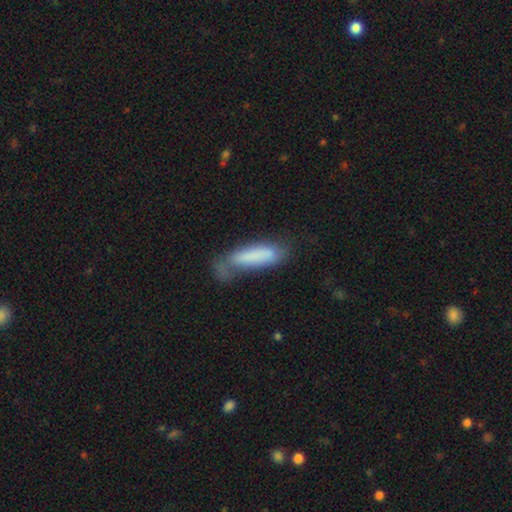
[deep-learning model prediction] This is likely a smooth galaxy (75%). How rounded: likely cigar-shaped (62%). Merging: marginally none (33%).